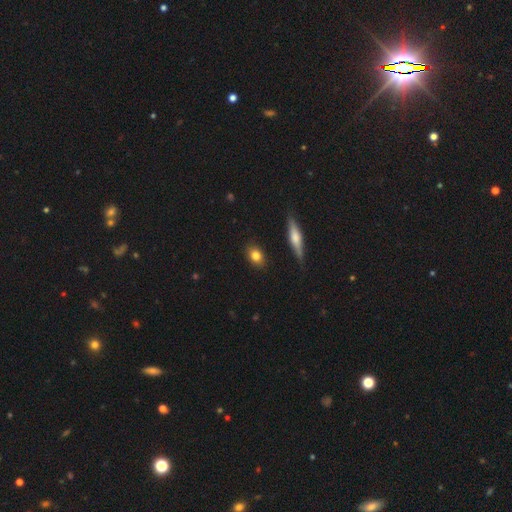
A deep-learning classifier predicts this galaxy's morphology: Smooth or featured?
  - smooth: 81% *
  - featured or disk: 11%
  - star or artifact: 8%
How rounded?
  - in between: 59% *
  - round: 36%
  - cigar-shaped: 5%
Merging?
  - none: 88% *
  - minor disturbance: 9%
  - major disturbance: 2%
  - merger: 2%